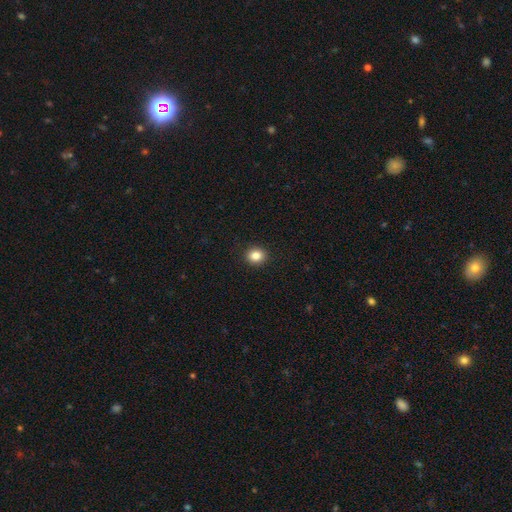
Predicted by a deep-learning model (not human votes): This appears to be a smooth galaxy with no disk features (84%) that is round (77%). Merging: none (92%).